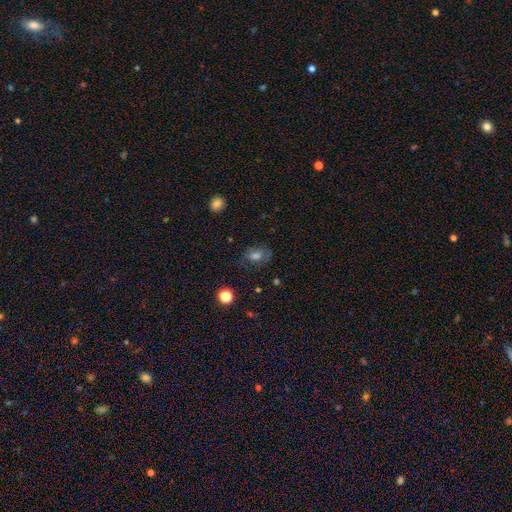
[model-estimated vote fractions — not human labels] Q: Smooth or featured?
A: smooth (56%); runner-up: featured or disk (27%)
Q: How rounded?
A: in between (75%); runner-up: round (23%)
Q: Merging?
A: none (67%); runner-up: minor disturbance (22%)